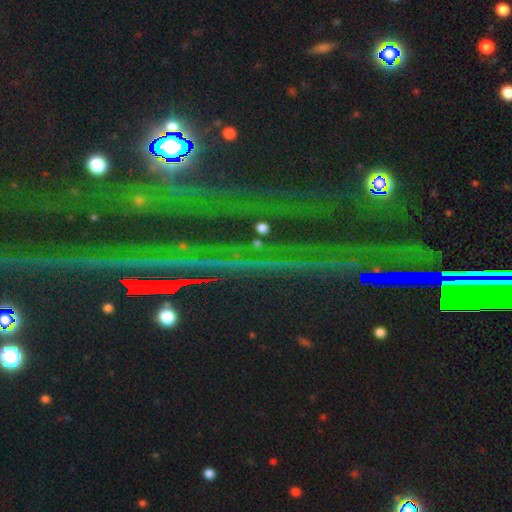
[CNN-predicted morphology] A star or artifact, not a galaxy (84%).

Vote fractions:
- Smooth or featured? star or artifact: 84% / featured or disk: 9% / smooth: 7%